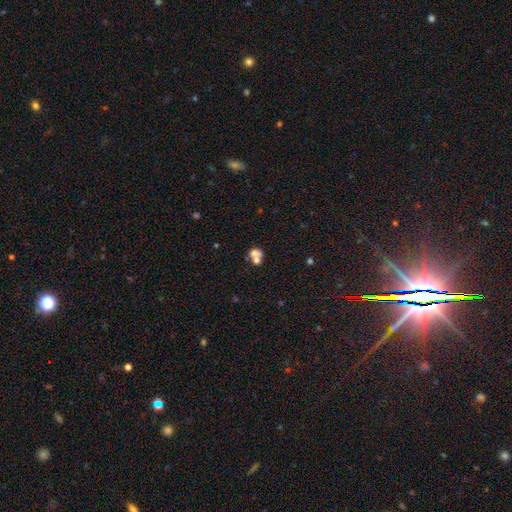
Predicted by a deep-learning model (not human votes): A smooth galaxy with no disk features (59%) that is round (57%). Merging: merger (60%).